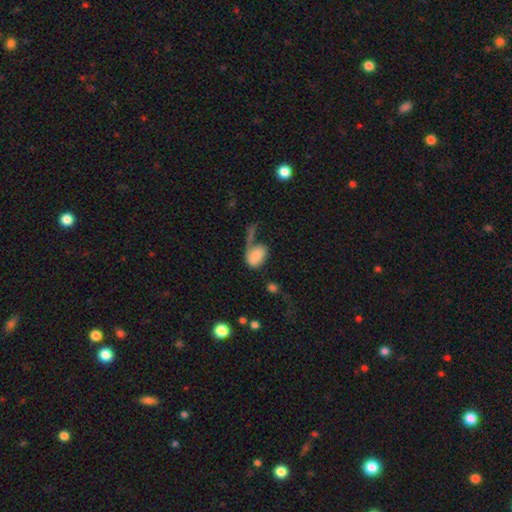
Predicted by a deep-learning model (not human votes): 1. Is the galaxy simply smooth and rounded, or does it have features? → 67% smooth, 25% featured or disk, 8% star or artifact.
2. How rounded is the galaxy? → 84% in between, 15% round, 2% cigar-shaped.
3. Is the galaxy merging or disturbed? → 46% major disturbance, 22% none, 17% minor disturbance, 15% merger.